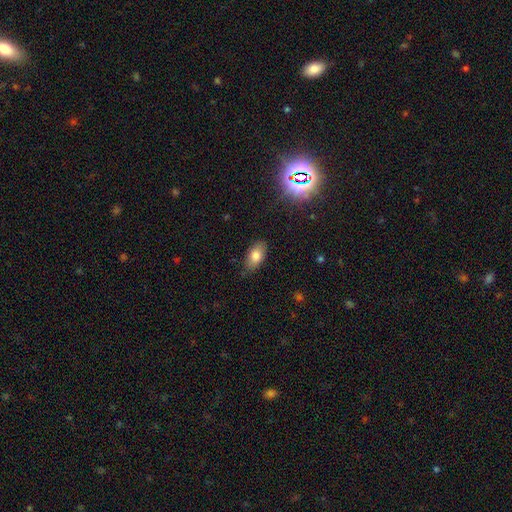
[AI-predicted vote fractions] Smooth or featured: smooth — 79% (featured or disk — 12%)
How rounded: in between — 90% (cigar-shaped — 6%)
Merging: none — 81% (minor disturbance — 15%)